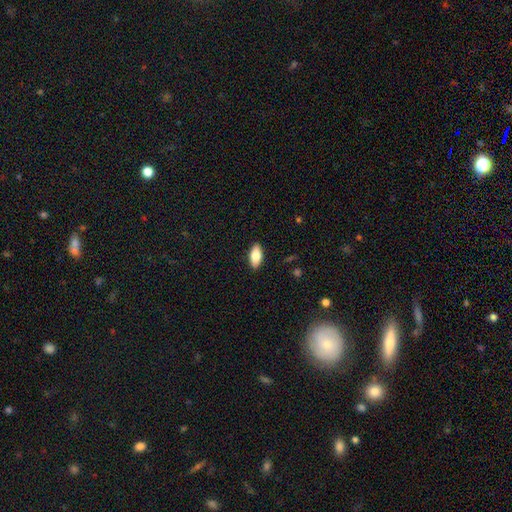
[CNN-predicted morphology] A smooth galaxy with no disk features (78%) that is in between round and cigar-shaped (87%). Merging: none (89%).